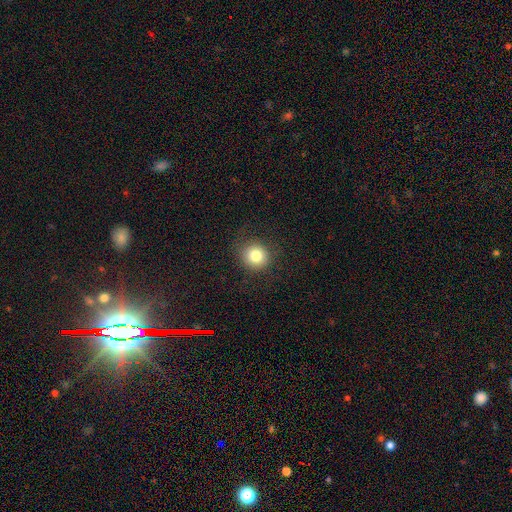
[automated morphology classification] smooth-or-featured: smooth: 82% | star or artifact: 11% | featured or disk: 8%
  how-rounded: round: 92% | in between: 8% | cigar-shaped: 1%
  merging: none: 85% | minor disturbance: 10% | major disturbance: 4% | merger: 1%